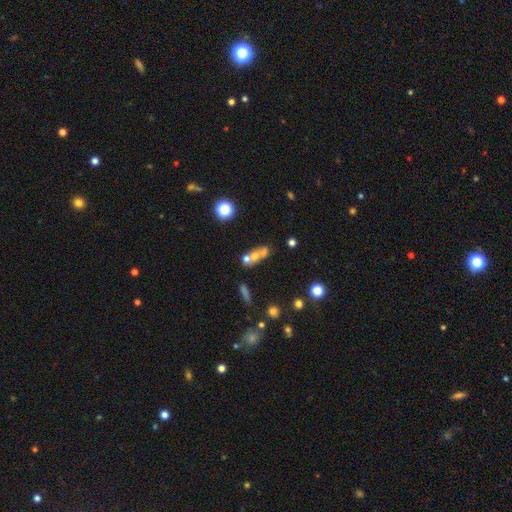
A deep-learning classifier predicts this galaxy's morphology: The model was most divided on "how rounded": in between: 48%, round: 33%, cigar-shaped: 19%. More confident: merging — merger (53%); smooth or featured — smooth (51%).